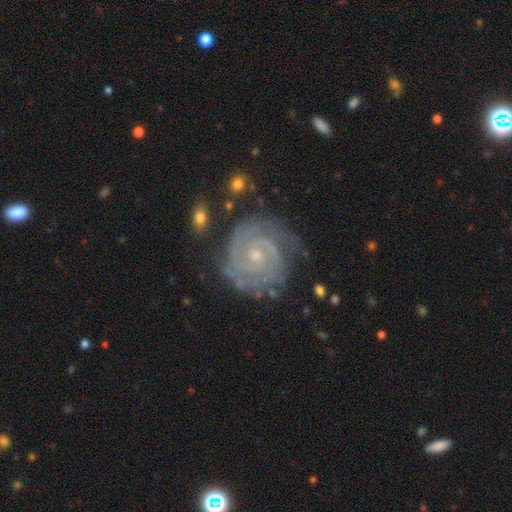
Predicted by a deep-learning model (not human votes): Overall: featured or disk (90%). Edge-on disk: no (98%). Bar: no (70%). Spiral arms: yes (98%). Spiral arm count: 2 (47%; 3 22%). Spiral winding: tight (80%). Bulge size: small (73%). Merging: none (75%).